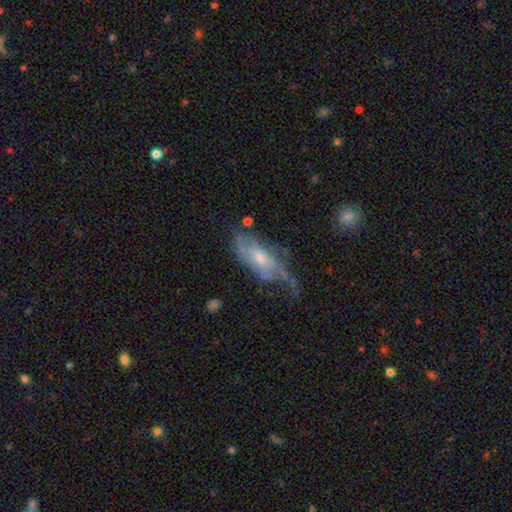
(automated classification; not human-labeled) Smooth or featured? featured or disk (68%)
Edge-on disk? no (83%)
Bar? no (69%)
Spiral arms? yes (79%)
Bulge size? small (49%)
Merging? none (43%)